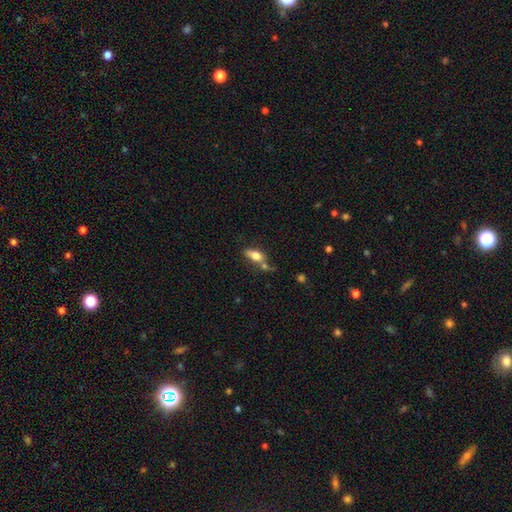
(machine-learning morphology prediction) smooth_or_featured: smooth (p=0.69) [alt: featured or disk p=0.22]
how_rounded: in between (p=0.76) [alt: cigar-shaped p=0.18]
merging: none (p=0.49) [alt: merger p=0.23]